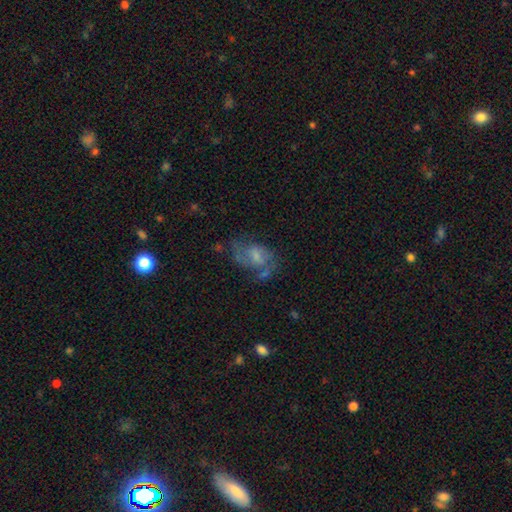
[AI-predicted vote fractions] Smooth or featured?
  - featured or disk: 59% *
  - smooth: 30%
  - star or artifact: 11%
Edge-on disk?
  - no: 97% *
  - yes: 3%
Bar?
  - no: 51% *
  - weak: 41%
  - strong: 8%
Spiral arms?
  - yes: 73% *
  - no: 27%
Bulge size?
  - small: 35% *
  - moderate: 33%
  - none: 23%
  - large: 8%
  - dominant: 2%
Merging?
  - none: 47% *
  - major disturbance: 24%
  - minor disturbance: 23%
  - merger: 5%